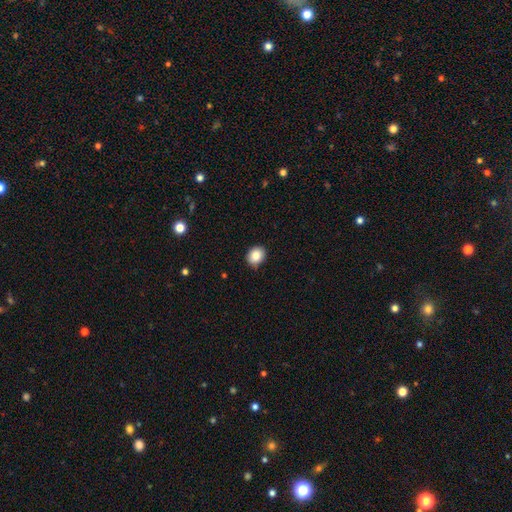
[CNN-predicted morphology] type=smooth (84%); roundness=round (63%); merging=none (87%).